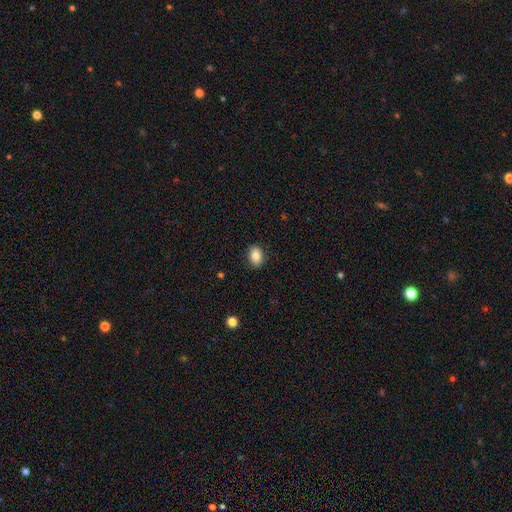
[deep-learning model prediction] This appears to be a smooth galaxy with no disk features (84%) that is in between round and cigar-shaped (71%). Merging: none (88%).